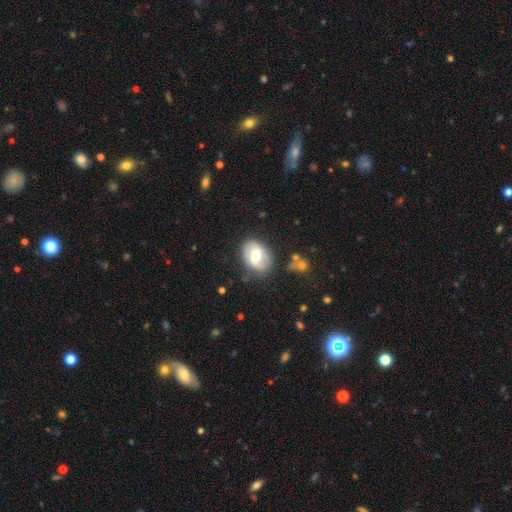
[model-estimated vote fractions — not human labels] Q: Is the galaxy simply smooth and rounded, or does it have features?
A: smooth — 50%.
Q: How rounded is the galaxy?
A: in between — 72%.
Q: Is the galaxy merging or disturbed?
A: none — 64%.